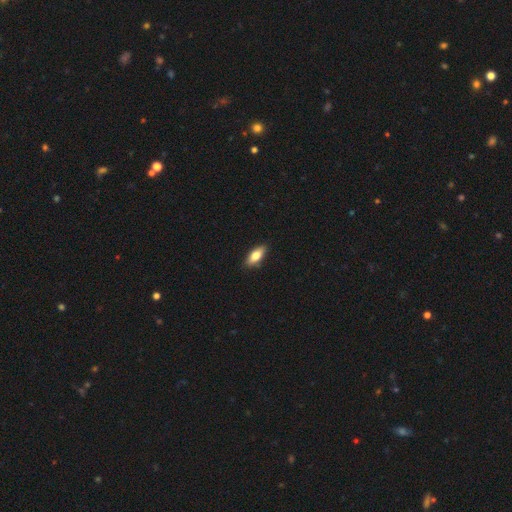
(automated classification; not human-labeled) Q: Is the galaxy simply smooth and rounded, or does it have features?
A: smooth — 77%.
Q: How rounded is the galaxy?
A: in between — 80%.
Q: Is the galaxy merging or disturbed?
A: none — 88%.